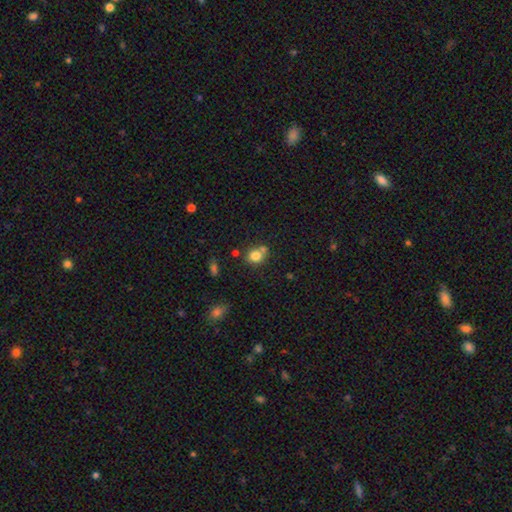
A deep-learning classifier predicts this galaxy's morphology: This is likely a smooth galaxy (79%). How rounded: likely round (76%). Merging: possibly none (53%).